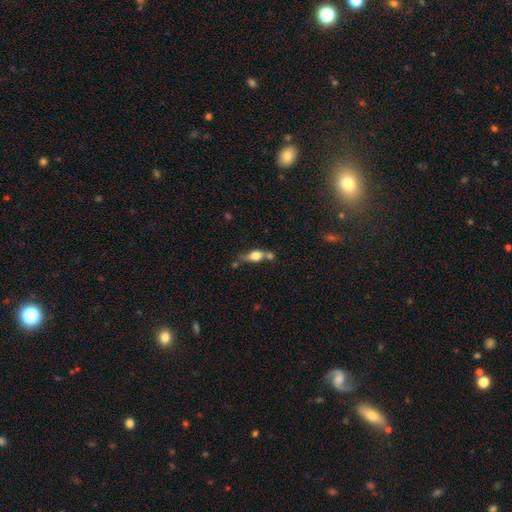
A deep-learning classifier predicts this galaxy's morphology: Overall: smooth (58%; featured or disk 33%). How rounded: in between (66%). Merging: none (46%; merger 27%).